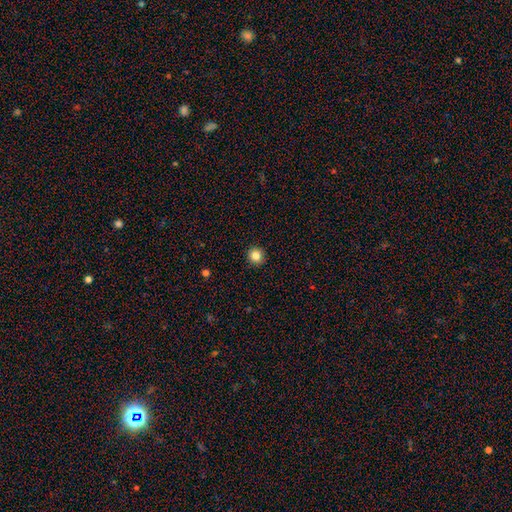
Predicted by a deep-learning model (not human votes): smooth-or-featured: smooth: 84% | star or artifact: 11% | featured or disk: 5%
  how-rounded: round: 92% | in between: 7% | cigar-shaped: 1%
  merging: none: 92% | minor disturbance: 5% | major disturbance: 2% | merger: 1%